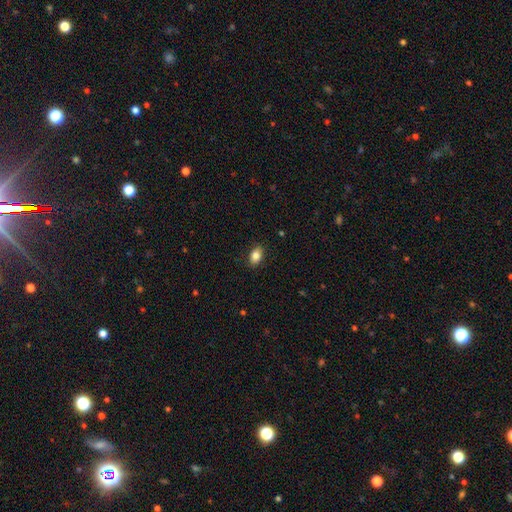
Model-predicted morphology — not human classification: A smooth galaxy with no disk features (84%) that is in between round and cigar-shaped (87%). Merging: none (87%).